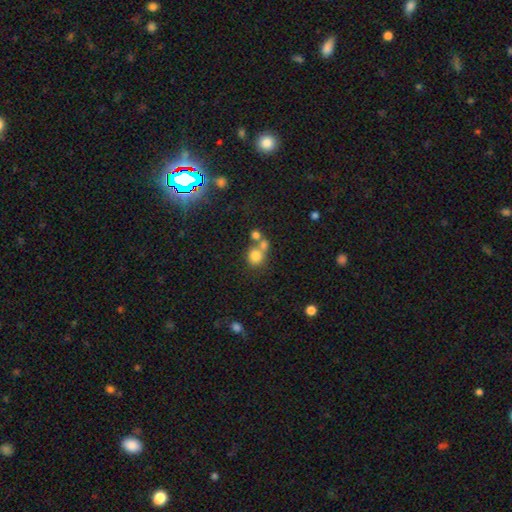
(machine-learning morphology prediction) Smooth or featured? Predicted: smooth (p=0.76). How rounded? Predicted: round (p=0.83). Merging? Predicted: none (p=0.45).